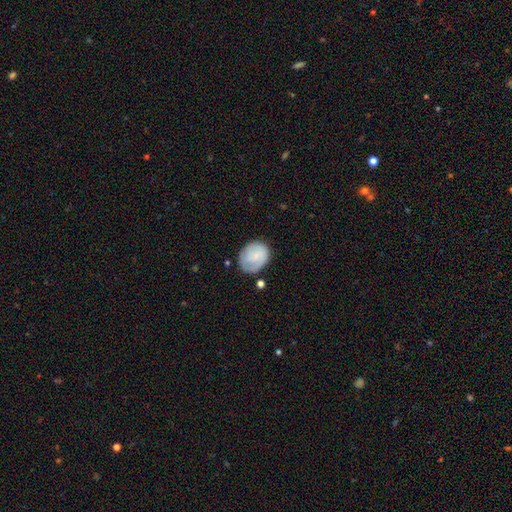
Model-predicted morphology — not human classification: smooth 65%, featured or disk 28%, star or artifact 7%. Down the decision tree: how rounded — round (53%); merging — none (61%).